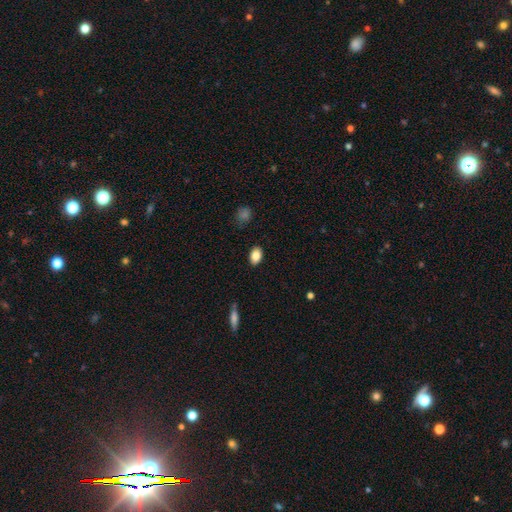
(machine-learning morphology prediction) smooth 86%, star or artifact 8%, featured or disk 6%. Down the decision tree: how rounded — in between (87%); merging — none (88%).